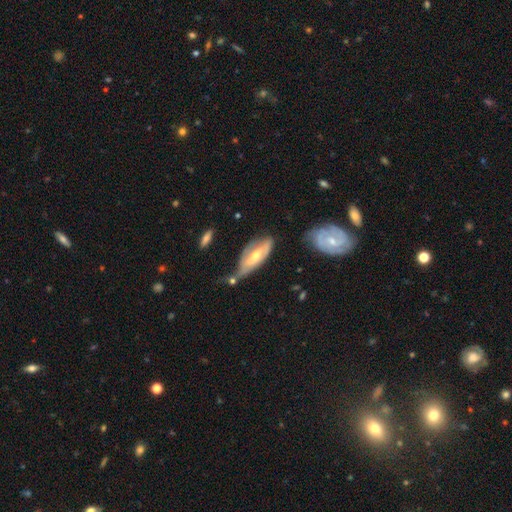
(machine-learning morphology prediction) featured or disk 61%, smooth 33%, star or artifact 6%. Down the decision tree: edge-on disk — no (79%); merging — none (38%).